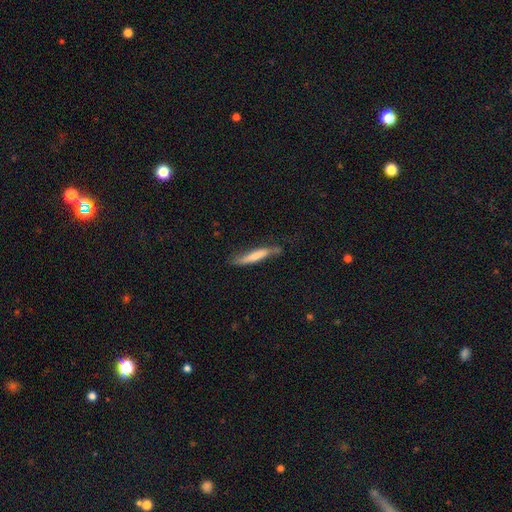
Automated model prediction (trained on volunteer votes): smooth_or_featured: smooth (p=0.65) [alt: featured or disk p=0.29]
how_rounded: cigar-shaped (p=0.91) [alt: in between p=0.08]
merging: none (p=0.56) [alt: minor disturbance p=0.31]